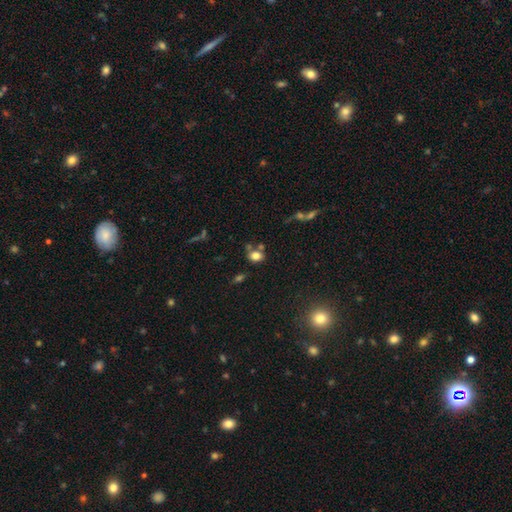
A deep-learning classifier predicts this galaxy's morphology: smooth 78%, star or artifact 13%, featured or disk 9%. Down the decision tree: how rounded — in between (53%); merging — none (57%).